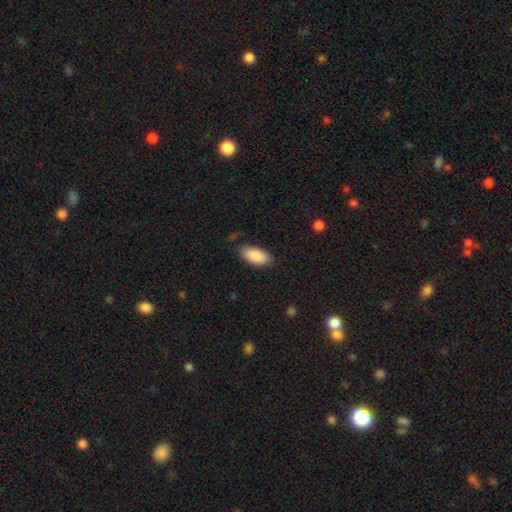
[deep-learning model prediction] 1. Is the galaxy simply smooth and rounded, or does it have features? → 89% smooth, 6% star or artifact, 5% featured or disk.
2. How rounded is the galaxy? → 91% in between, 7% cigar-shaped, 2% round.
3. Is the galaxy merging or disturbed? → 81% none, 14% minor disturbance, 4% major disturbance, 2% merger.